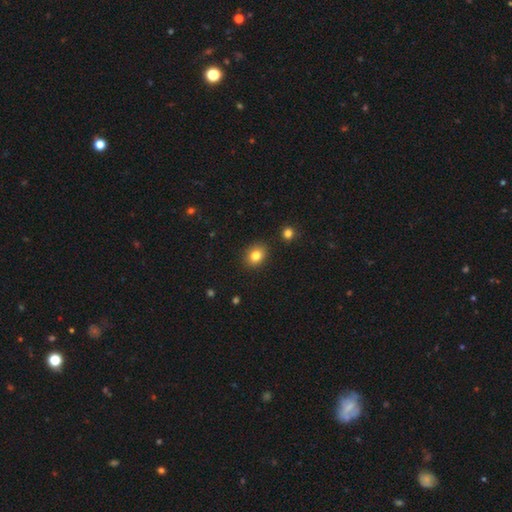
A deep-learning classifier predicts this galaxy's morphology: Q: Smooth or featured?
A: smooth (81%); runner-up: star or artifact (11%)
Q: How rounded?
A: round (54%); runner-up: in between (45%)
Q: Merging?
A: none (88%); runner-up: minor disturbance (8%)